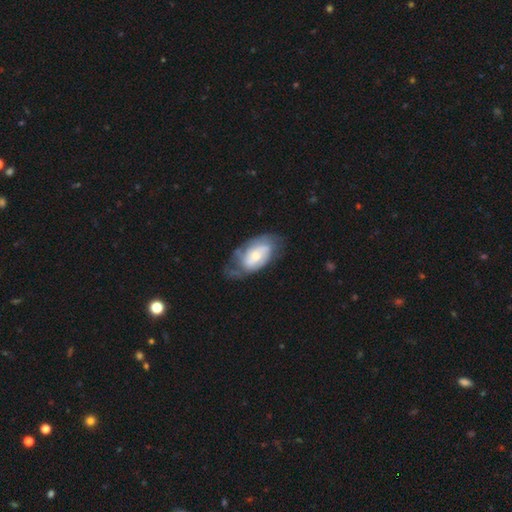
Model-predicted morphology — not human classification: smooth-or-featured: featured or disk: 63% | smooth: 31% | star or artifact: 6%
  disk-edge-on: no: 95% | yes: 5%
    bar: no: 60% | weak: 32% | strong: 8%
    has-spiral-arms: yes: 78% | no: 22%
    bulge-size: moderate: 43% | small: 41% | large: 10% | none: 5% | dominant: 2%
  merging: none: 49% | minor disturbance: 29% | major disturbance: 19% | merger: 3%